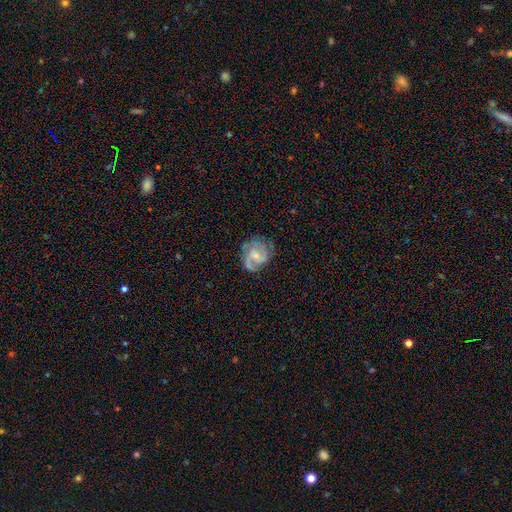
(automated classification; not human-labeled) Morphology: type=featured or disk (77%); edge-on=no (98%); bar=weak (50%); spiral arms=yes (92%); winding=medium (49%); arm count=2 (59%); bulge=small (57%); merging=none (63%).